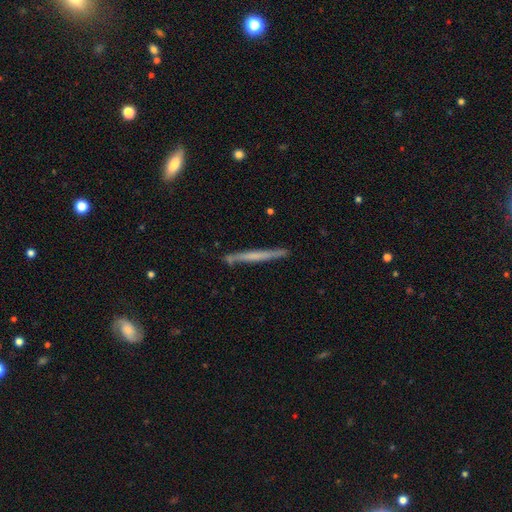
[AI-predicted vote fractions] Q: Smooth or featured?
A: featured or disk (49%); runner-up: smooth (45%)
Q: Merging?
A: none (85%); runner-up: minor disturbance (11%)